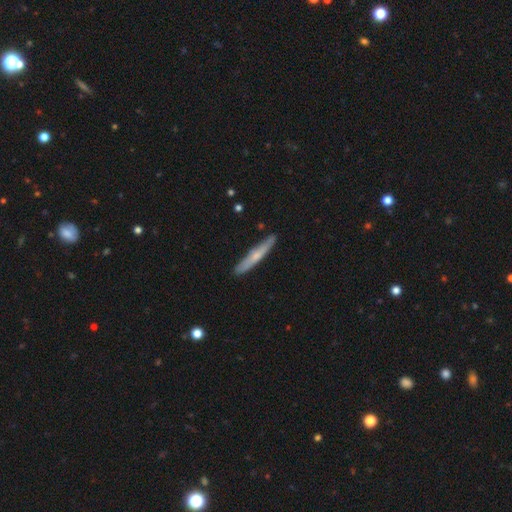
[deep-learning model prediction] Smooth or featured?
  - smooth: 51% *
  - featured or disk: 43%
  - star or artifact: 6%
How rounded?
  - cigar-shaped: 95% *
  - in between: 4%
  - round: 1%
Merging?
  - none: 86% *
  - minor disturbance: 11%
  - major disturbance: 2%
  - merger: 2%